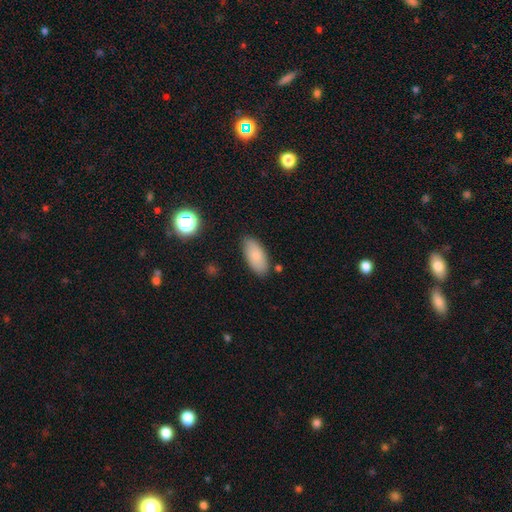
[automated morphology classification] The model was most divided on "merging": none: 80%, minor disturbance: 15%, major disturbance: 3%, merger: 3%. More confident: how rounded — in between (90%); smooth or featured — smooth (81%).